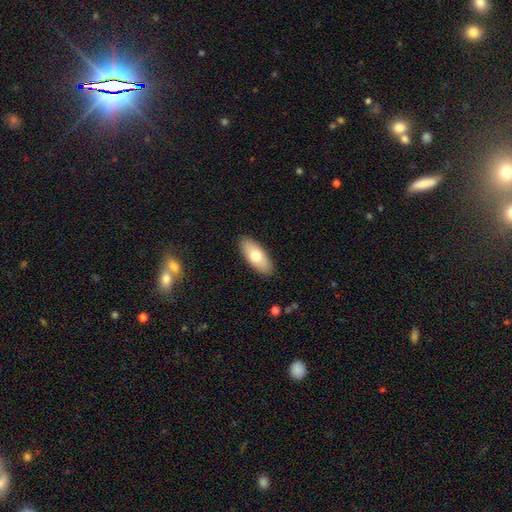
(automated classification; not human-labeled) This is likely a smooth galaxy (70%). How rounded: clearly in between (84%). Merging: clearly none (89%).